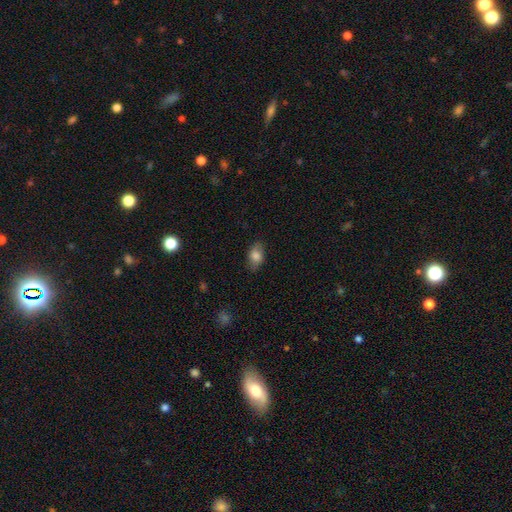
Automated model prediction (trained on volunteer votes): A smooth galaxy with no disk features (79%) that is in between round and cigar-shaped (86%).

Vote fractions:
- Smooth or featured? smooth: 79% / featured or disk: 12% / star or artifact: 8%
- How rounded? in between: 86% / round: 11% / cigar-shaped: 3%
- Merging? none: 79% / minor disturbance: 16% / major disturbance: 4% / merger: 1%